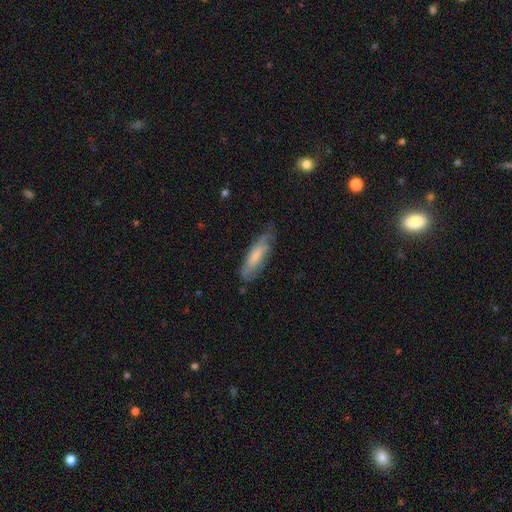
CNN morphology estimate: This appears to be a smooth galaxy with no disk features (58%) that is cigar-shaped (58%). Merging: none (62%).